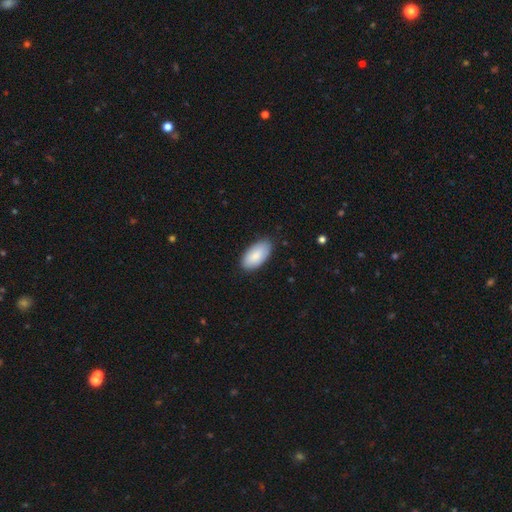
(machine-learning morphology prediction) A smooth galaxy with no disk features (87%) that is in between round and cigar-shaped (95%). Merging: none (83%).